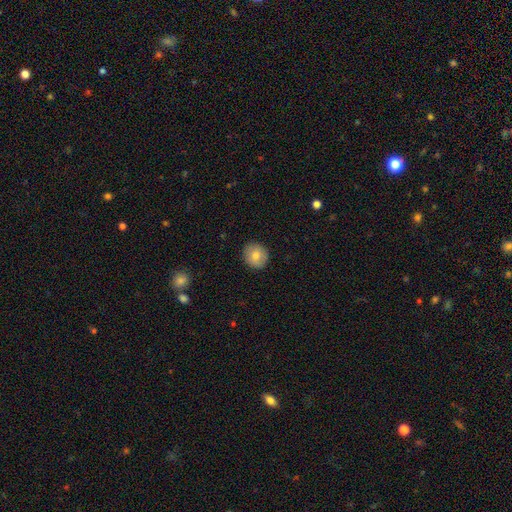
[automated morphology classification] type=smooth (79%); roundness=round (81%); merging=none (90%).